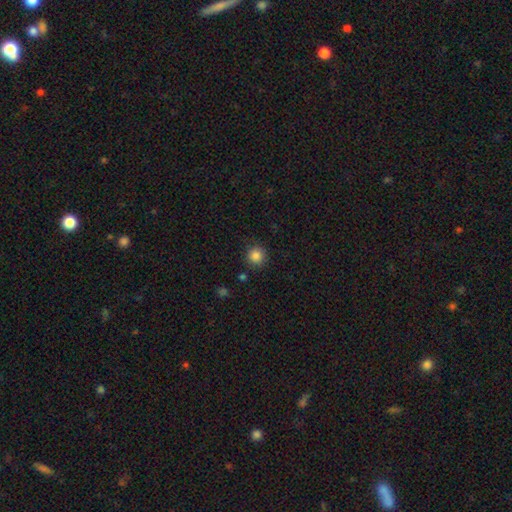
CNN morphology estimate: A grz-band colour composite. It shows a smooth galaxy with no disk features (85%) that is round (94%). Merging: none (88%).